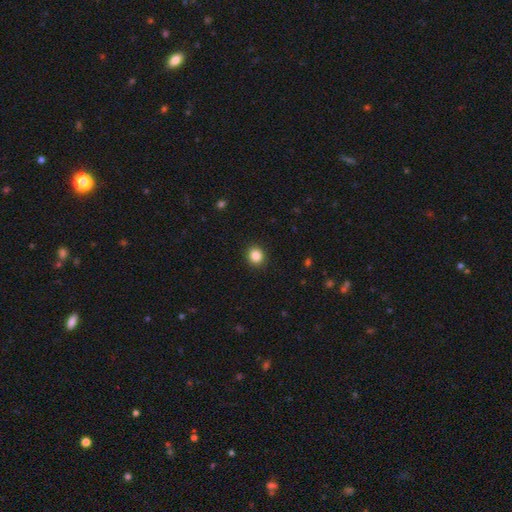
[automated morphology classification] The model was most divided on "how rounded": round: 82%, in between: 17%, cigar-shaped: 1%. More confident: merging — none (91%); smooth or featured — smooth (86%).